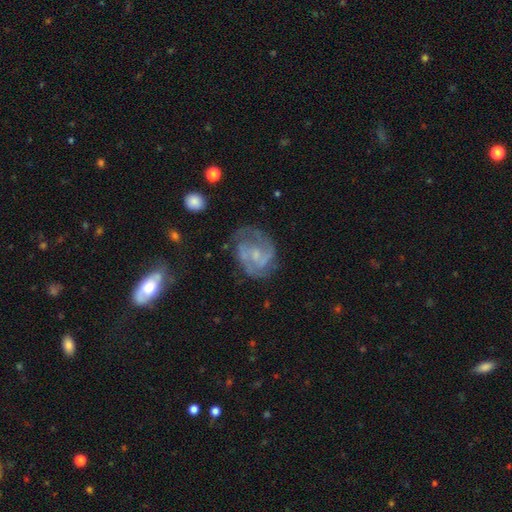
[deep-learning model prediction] featured or disk 81%, smooth 12%, star or artifact 7%. Down the decision tree: edge-on disk — no (98%); bar — no (51%); spiral arms — yes (91%); spiral arm count — 2 (58%); spiral winding — medium (49%); bulge size — small (60%); merging — none (63%).